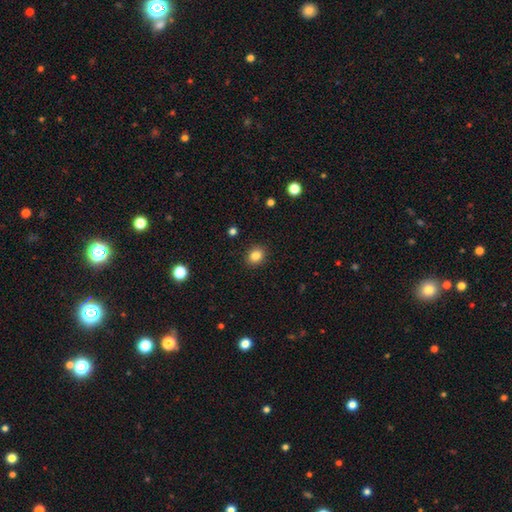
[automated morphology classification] The model was most divided on "how rounded": round: 63%, in between: 36%, cigar-shaped: 1%. More confident: merging — none (90%); smooth or featured — smooth (84%).